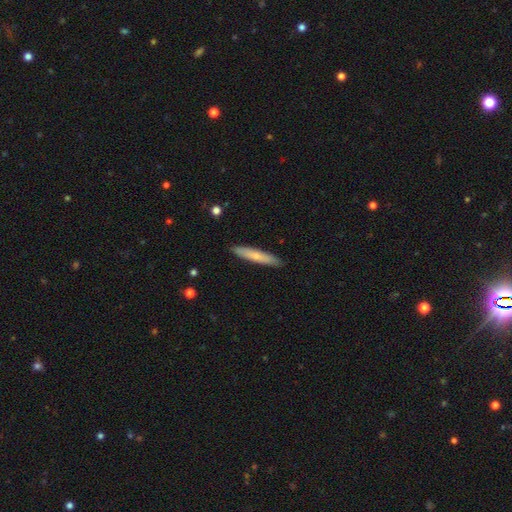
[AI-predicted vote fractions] This is likely a smooth galaxy (68%). How rounded: clearly cigar-shaped (92%). Merging: clearly none (90%).